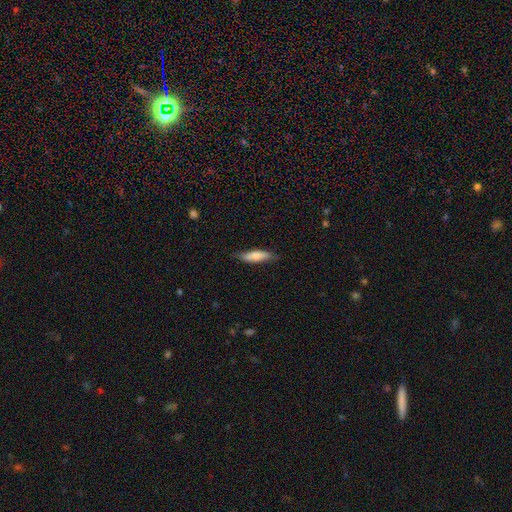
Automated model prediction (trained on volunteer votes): smooth_or_featured: smooth (p=0.75) [alt: featured or disk p=0.19]
how_rounded: cigar-shaped (p=0.61) [alt: in between p=0.37]
merging: none (p=0.78) [alt: minor disturbance p=0.18]